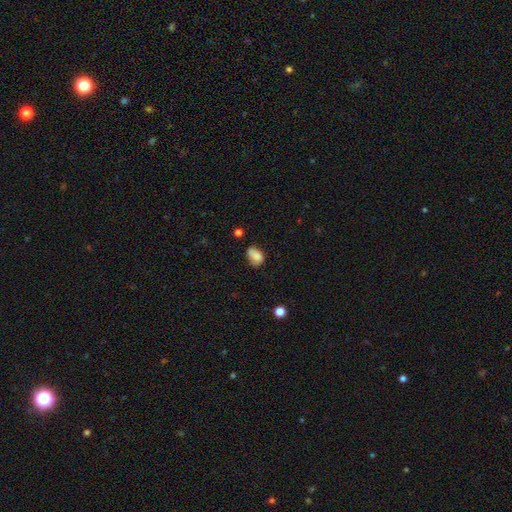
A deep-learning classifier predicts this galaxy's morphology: Smooth or featured? smooth (80%)
How rounded? in between (79%)
Merging? none (47%)